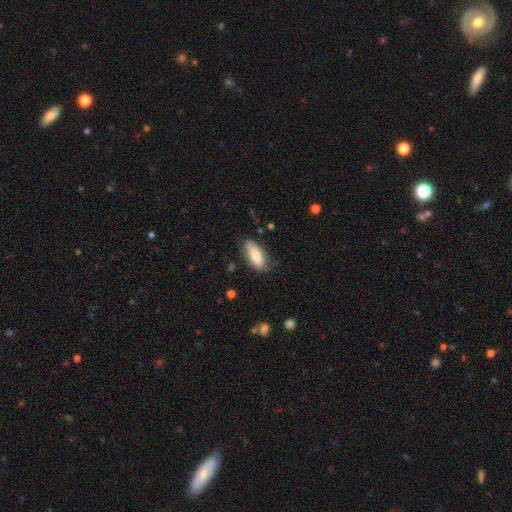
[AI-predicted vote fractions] This is likely a smooth galaxy (67%). How rounded: likely in between (76%). Merging: likely none (75%).